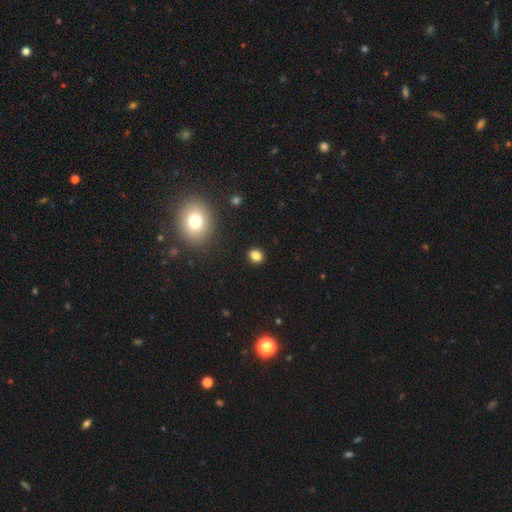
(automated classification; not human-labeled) smooth-or-featured: smooth: 82% | star or artifact: 13% | featured or disk: 5%
  how-rounded: round: 64% | in between: 35% | cigar-shaped: 1%
  merging: none: 89% | minor disturbance: 7% | major disturbance: 2% | merger: 2%